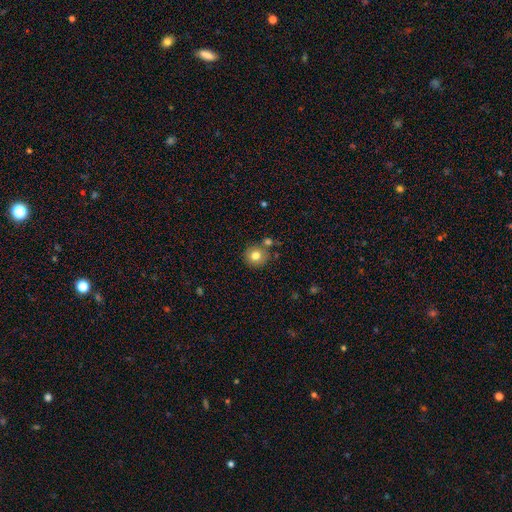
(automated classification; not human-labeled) The model was most divided on "merging": none: 73%, merger: 13%, minor disturbance: 11%, major disturbance: 3%. More confident: how rounded — round (90%); smooth or featured — smooth (79%).